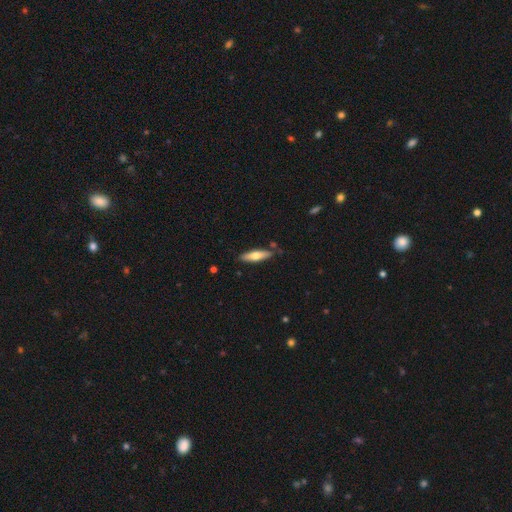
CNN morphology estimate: Smooth or featured? smooth (59%)
How rounded? cigar-shaped (68%)
Merging? none (80%)